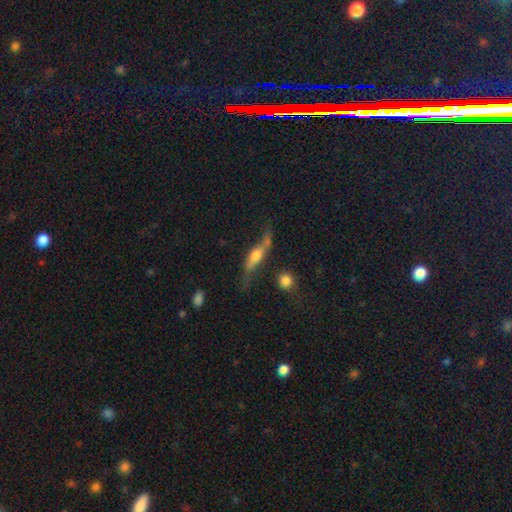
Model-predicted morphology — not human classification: A featured or disk galaxy (66%) viewed edge-on (65%).

Vote fractions:
- Smooth or featured? featured or disk: 66% / smooth: 27% / star or artifact: 7%
- Edge-on disk? yes: 65% / no: 35%
- Merging? none: 46% / minor disturbance: 26% / major disturbance: 20% / merger: 9%